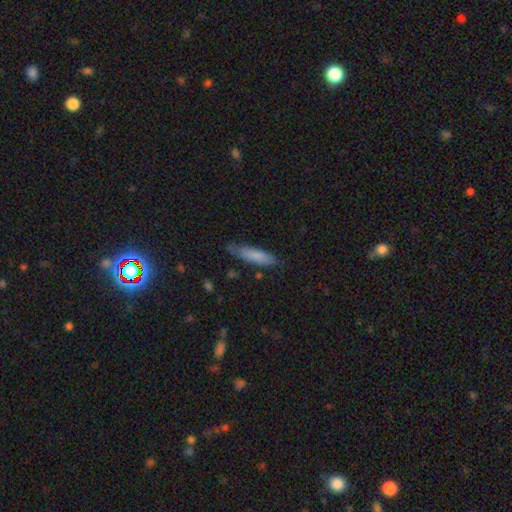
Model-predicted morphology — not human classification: Smooth or featured? Predicted: smooth (p=0.80). How rounded? Predicted: cigar-shaped (p=0.72). Merging? Predicted: none (p=0.68).